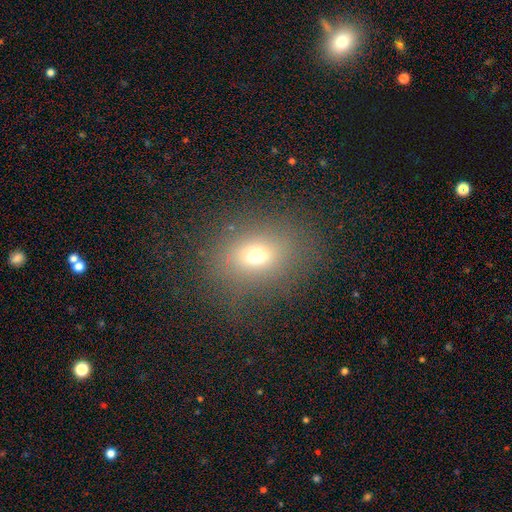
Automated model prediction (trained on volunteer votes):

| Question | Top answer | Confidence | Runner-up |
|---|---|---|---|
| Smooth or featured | smooth | 63% | star or artifact (20%) |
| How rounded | round | 51% | in between (47%) |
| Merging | none | 76% | minor disturbance (13%) |